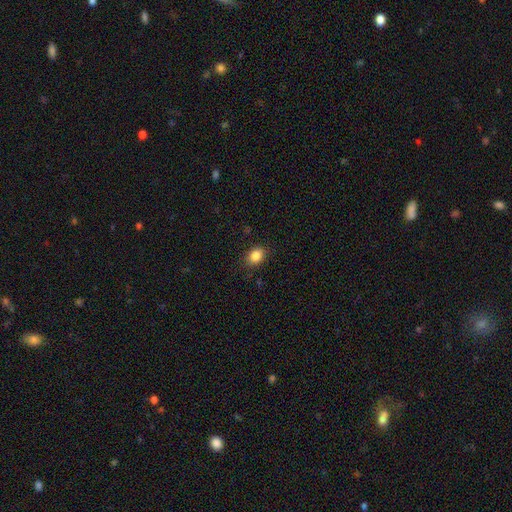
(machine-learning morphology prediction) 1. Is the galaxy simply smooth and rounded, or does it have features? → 86% smooth, 10% star or artifact, 5% featured or disk.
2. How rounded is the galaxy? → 67% in between, 32% round, 1% cigar-shaped.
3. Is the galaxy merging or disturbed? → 86% none, 11% minor disturbance, 3% major disturbance, 1% merger.